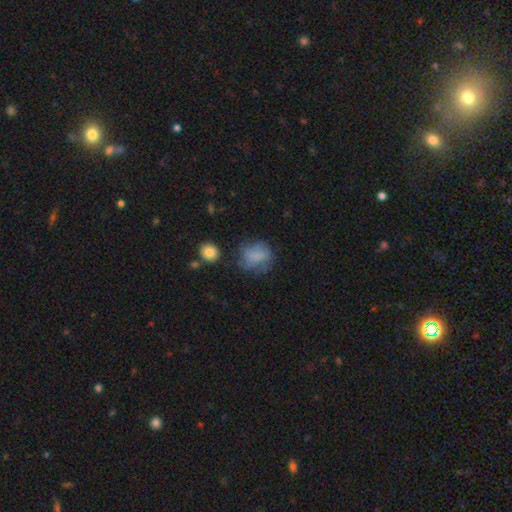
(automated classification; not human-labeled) The model was most divided on "how rounded": round: 58%, in between: 41%, cigar-shaped: 1%. More confident: smooth or featured — smooth (71%); merging — none (55%).